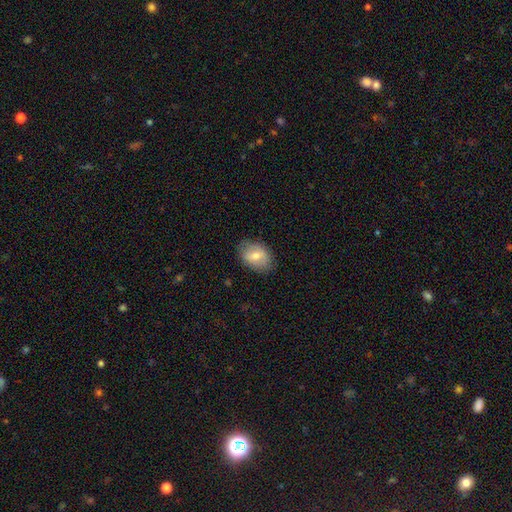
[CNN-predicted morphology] Overall: smooth (62%; featured or disk 31%). How rounded: in between (81%). Merging: none (82%).